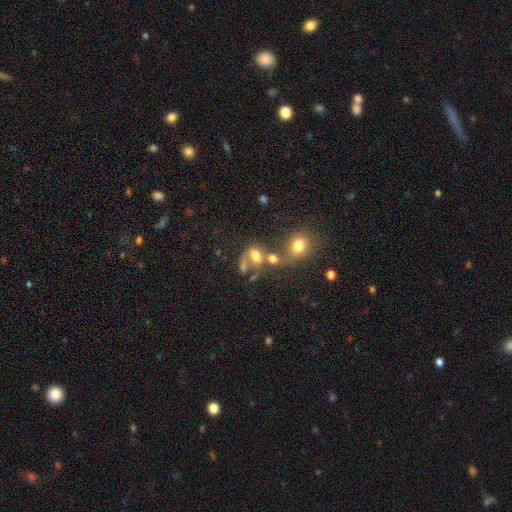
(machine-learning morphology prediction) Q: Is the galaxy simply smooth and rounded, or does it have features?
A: smooth — 60%.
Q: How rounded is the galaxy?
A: in between — 62%.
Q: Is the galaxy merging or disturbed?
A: merger — 49%.